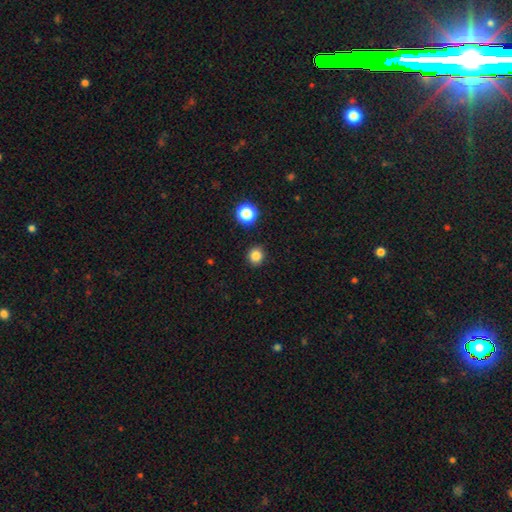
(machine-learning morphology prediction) The model was most divided on "smooth or featured": smooth: 83%, star or artifact: 13%, featured or disk: 4%. More confident: merging — none (91%); how rounded — round (89%).